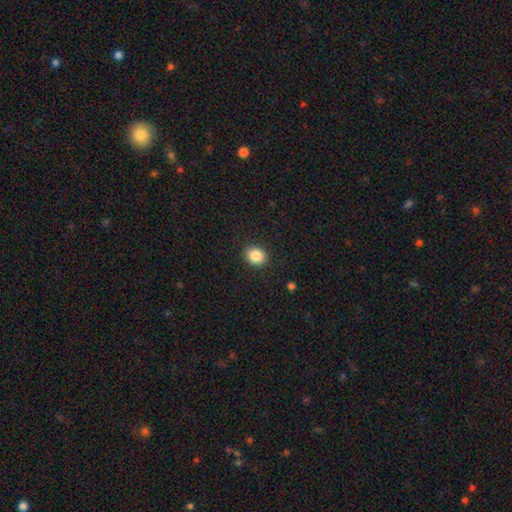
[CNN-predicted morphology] smooth-or-featured: smooth: 86% | star or artifact: 9% | featured or disk: 5%
  how-rounded: round: 61% | in between: 38% | cigar-shaped: 1%
  merging: none: 90% | minor disturbance: 7% | major disturbance: 2% | merger: 1%